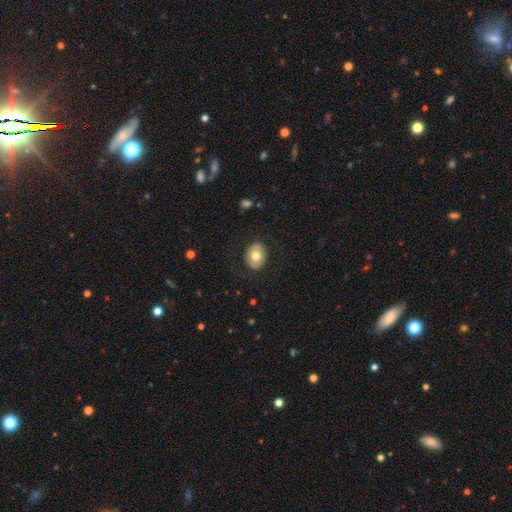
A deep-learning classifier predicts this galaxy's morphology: smooth 71%, featured or disk 21%, star or artifact 7%. Down the decision tree: how rounded — in between (57%); merging — none (87%).